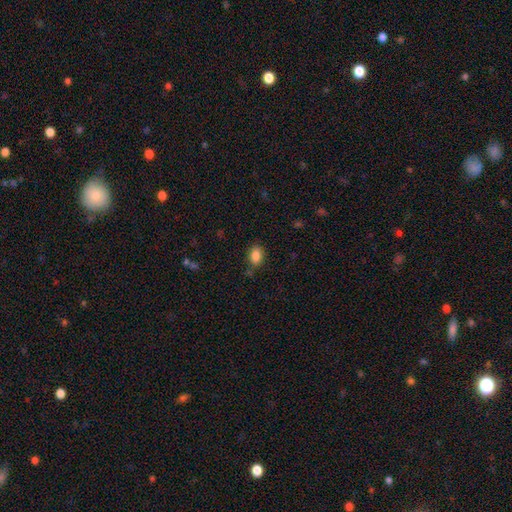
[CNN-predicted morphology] A smooth galaxy with no disk features (86%) that is in between round and cigar-shaped (85%). Merging: none (78%).